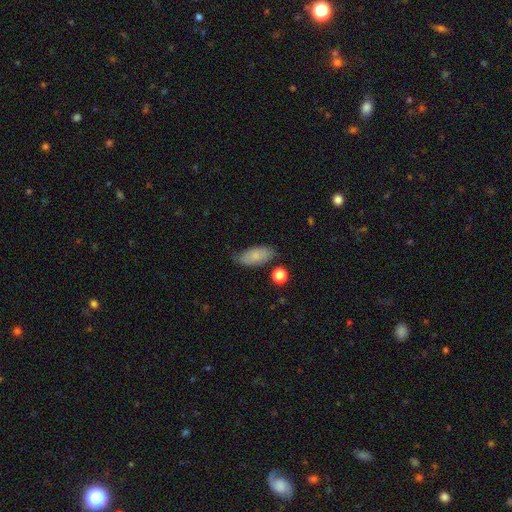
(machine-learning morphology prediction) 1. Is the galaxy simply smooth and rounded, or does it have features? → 74% smooth, 19% featured or disk, 7% star or artifact.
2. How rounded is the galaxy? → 90% in between, 7% cigar-shaped, 3% round.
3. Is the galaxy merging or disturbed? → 66% none, 25% minor disturbance, 6% major disturbance, 3% merger.